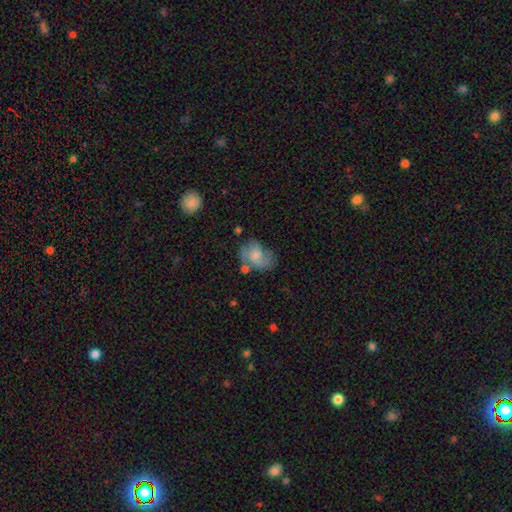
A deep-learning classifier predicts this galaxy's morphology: A smooth galaxy with no disk features (54%) that is in between round and cigar-shaped (74%). Merging: none (42%).